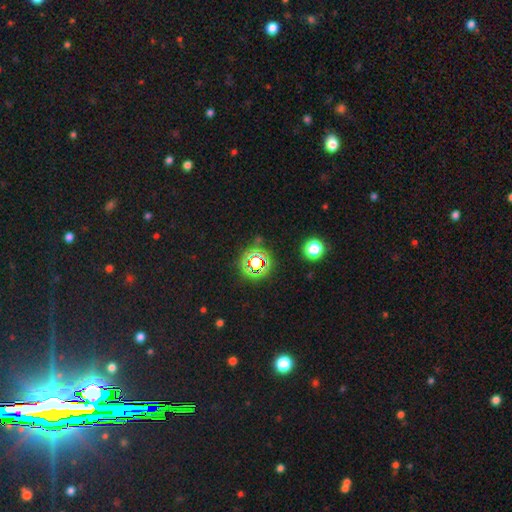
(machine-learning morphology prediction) smooth-or-featured: star or artifact: 70% | smooth: 21% | featured or disk: 9%